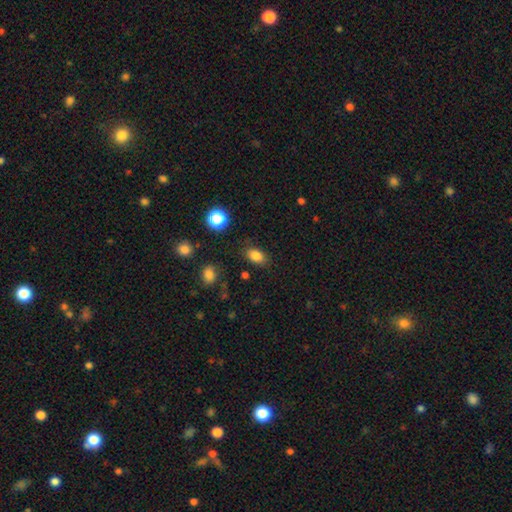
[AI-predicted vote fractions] A smooth galaxy with no disk features (83%) that is in between round and cigar-shaped (83%).

Vote fractions:
- Smooth or featured? smooth: 83% / star or artifact: 12% / featured or disk: 6%
- How rounded? in between: 83% / round: 15% / cigar-shaped: 2%
- Merging? none: 82% / minor disturbance: 12% / major disturbance: 4% / merger: 2%